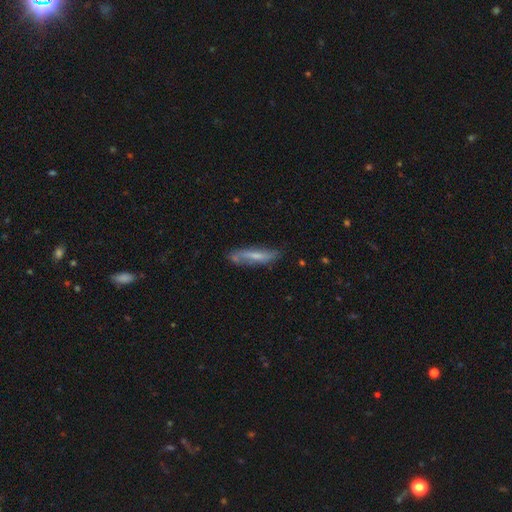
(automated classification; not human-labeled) smooth-or-featured: smooth: 50% | featured or disk: 43% | star or artifact: 7%
  merging: none: 61% | minor disturbance: 26% | major disturbance: 8% | merger: 5%